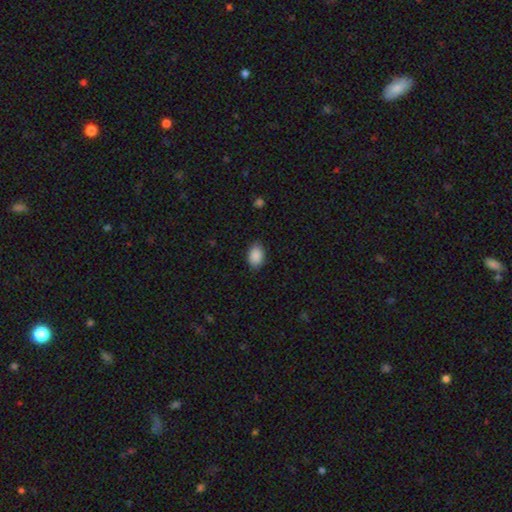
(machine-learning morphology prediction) A smooth galaxy with no disk features (90%) that is in between round and cigar-shaped (86%).

Vote fractions:
- Smooth or featured? smooth: 90% / star or artifact: 7% / featured or disk: 3%
- How rounded? in between: 86% / round: 13% / cigar-shaped: 1%
- Merging? none: 85% / minor disturbance: 11% / major disturbance: 2% / merger: 1%